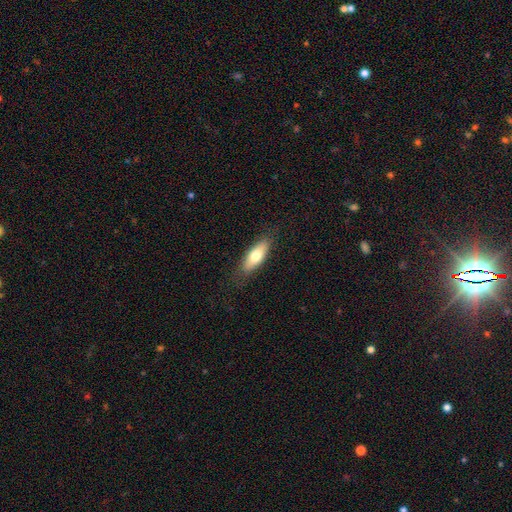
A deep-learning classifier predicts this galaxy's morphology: Overall: smooth (71%). How rounded: in between (67%; cigar-shaped 31%). Merging: none (83%).